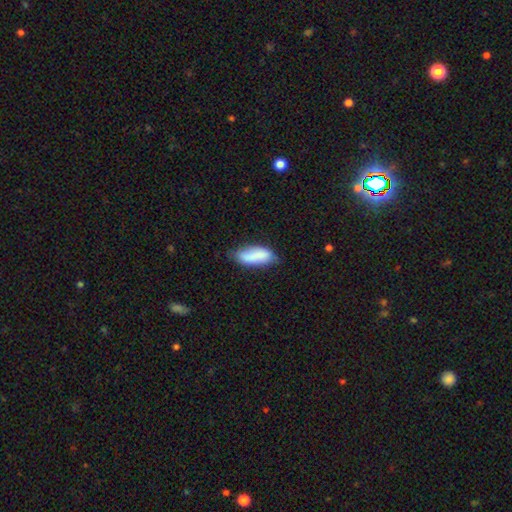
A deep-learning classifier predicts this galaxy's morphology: smooth-or-featured: smooth: 81% | featured or disk: 13% | star or artifact: 7%
  how-rounded: in between: 76% | cigar-shaped: 22% | round: 2%
  merging: none: 57% | minor disturbance: 32% | major disturbance: 7% | merger: 4%